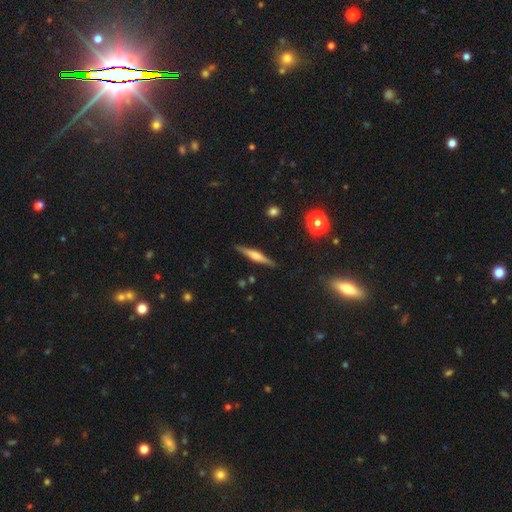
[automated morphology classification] The model was most divided on "smooth or featured": featured or disk: 59%, smooth: 34%, star or artifact: 7%. More confident: edge-on disk — yes (97%); merging — none (89%); edge-on bulge — rounded (69%).